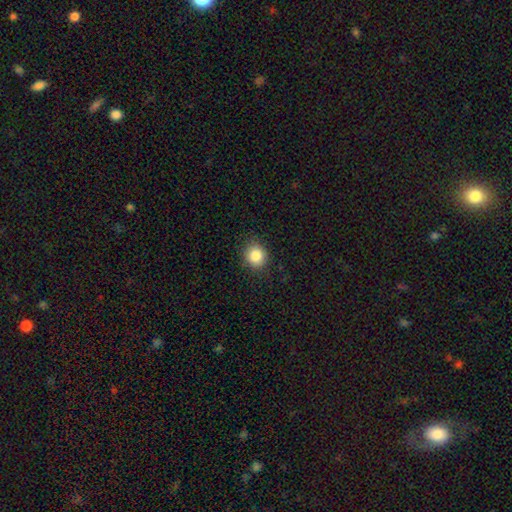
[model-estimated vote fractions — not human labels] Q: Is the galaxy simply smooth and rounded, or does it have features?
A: smooth — 85%.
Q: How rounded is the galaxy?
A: round — 76%.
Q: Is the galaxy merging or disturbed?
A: none — 87%.